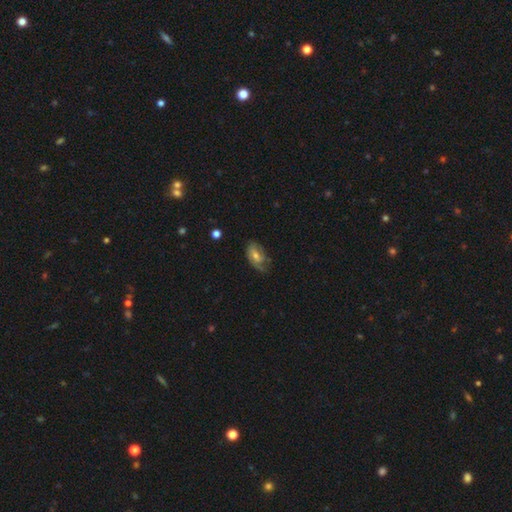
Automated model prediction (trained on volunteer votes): smooth-or-featured: featured or disk: 52% | smooth: 38% | star or artifact: 10%
  disk-edge-on: no: 92% | yes: 8%
  merging: none: 61% | minor disturbance: 27% | major disturbance: 11% | merger: 2%